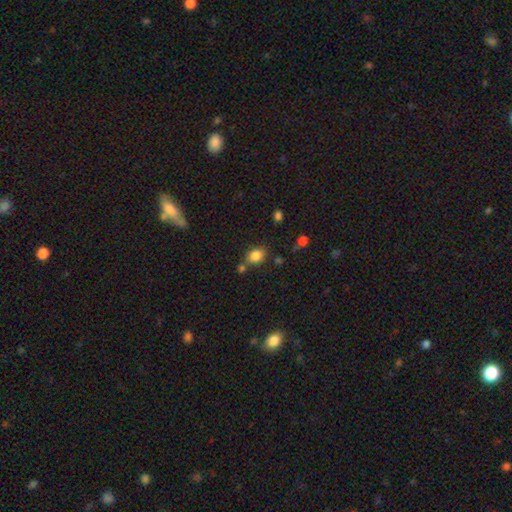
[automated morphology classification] smooth-or-featured: smooth: 84% | star or artifact: 10% | featured or disk: 6%
  how-rounded: in between: 65% | round: 34% | cigar-shaped: 1%
  merging: none: 68% | merger: 14% | minor disturbance: 14% | major disturbance: 4%